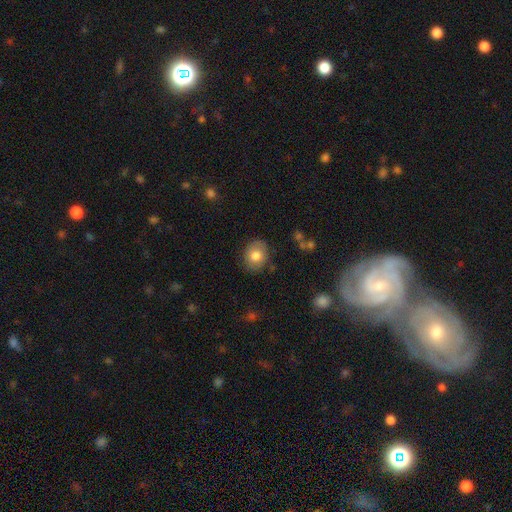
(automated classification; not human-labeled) smooth-or-featured: smooth: 78% | featured or disk: 14% | star or artifact: 8%
  how-rounded: round: 55% | in between: 44% | cigar-shaped: 1%
  merging: none: 84% | minor disturbance: 12% | major disturbance: 3% | merger: 2%